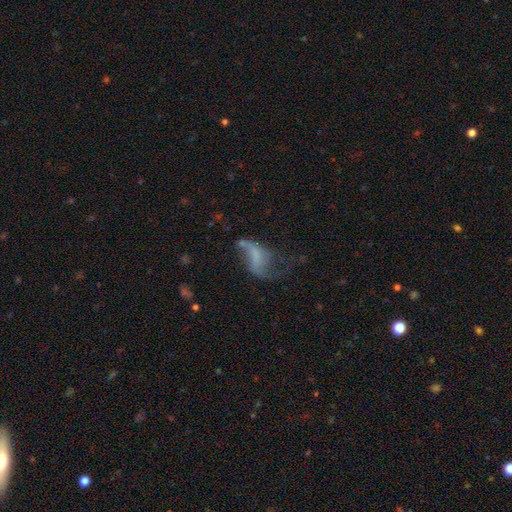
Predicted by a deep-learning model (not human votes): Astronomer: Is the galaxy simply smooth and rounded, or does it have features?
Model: featured or disk — 58%.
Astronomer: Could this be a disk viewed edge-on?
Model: no — 95%.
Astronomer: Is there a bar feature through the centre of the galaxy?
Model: no — 54% (runner-up: weak, 30%).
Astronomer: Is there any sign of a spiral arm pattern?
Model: yes — 66%.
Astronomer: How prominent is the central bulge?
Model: none — 70%.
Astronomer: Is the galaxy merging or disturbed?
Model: major disturbance — 44% (runner-up: none, 29%).